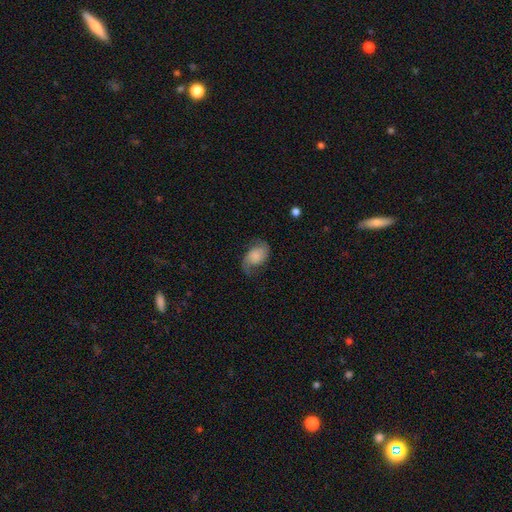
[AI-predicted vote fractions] A featured or disk galaxy (54%) with no bar (68%), spiral arms (90%) and no central bulge (29%).

Vote fractions:
- Smooth or featured? featured or disk: 54% / smooth: 38% / star or artifact: 8%
- Edge-on disk? no: 97% / yes: 3%
- Bar? no: 68% / weak: 26% / strong: 6%
- Spiral arms? yes: 90% / no: 10%
- Bulge size? none: 29% / small: 27% / moderate: 22% / large: 16% / dominant: 6%
- Merging? none: 62% / minor disturbance: 22% / major disturbance: 14% / merger: 2%